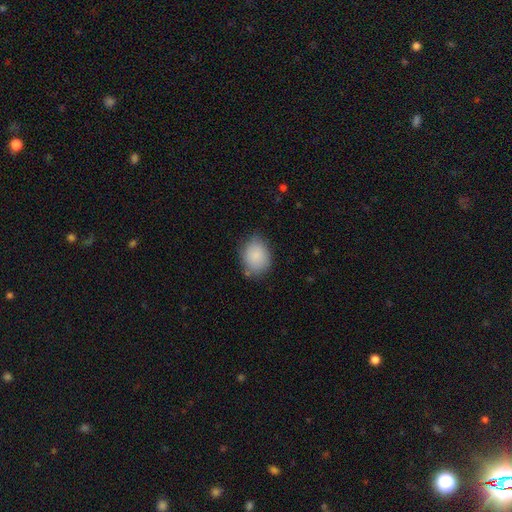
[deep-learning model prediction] smooth_or_featured: smooth (p=0.87) [alt: star or artifact p=0.07]
how_rounded: in between (p=0.60) [alt: round p=0.39]
merging: none (p=0.73) [alt: minor disturbance p=0.20]